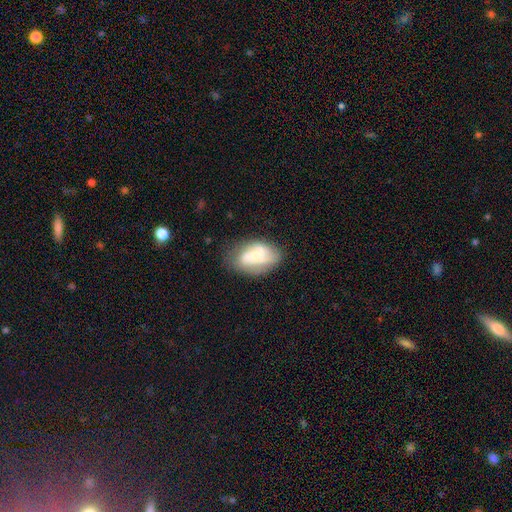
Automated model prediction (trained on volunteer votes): Smooth or featured? smooth (48%)
Merging? none (57%)